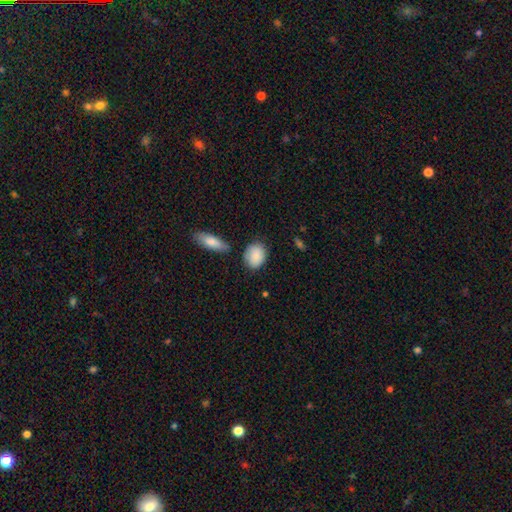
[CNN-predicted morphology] Smooth or featured?
  - smooth: 87% *
  - featured or disk: 7%
  - star or artifact: 6%
How rounded?
  - in between: 57% *
  - round: 41%
  - cigar-shaped: 2%
Merging?
  - none: 75% *
  - minor disturbance: 16%
  - merger: 5%
  - major disturbance: 3%